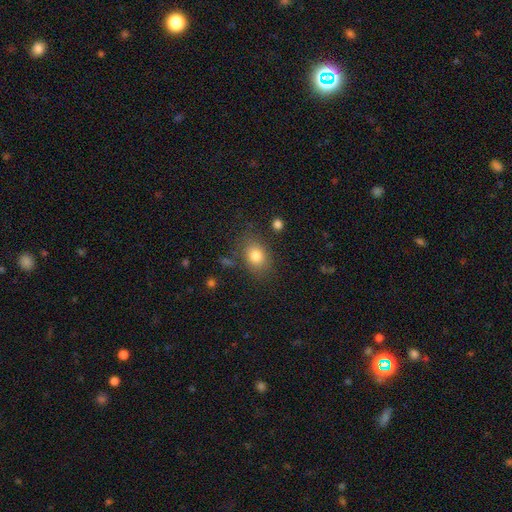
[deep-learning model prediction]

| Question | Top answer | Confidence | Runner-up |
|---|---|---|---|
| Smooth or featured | smooth | 81% | star or artifact (10%) |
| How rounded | in between | 68% | round (30%) |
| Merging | none | 75% | minor disturbance (16%) |